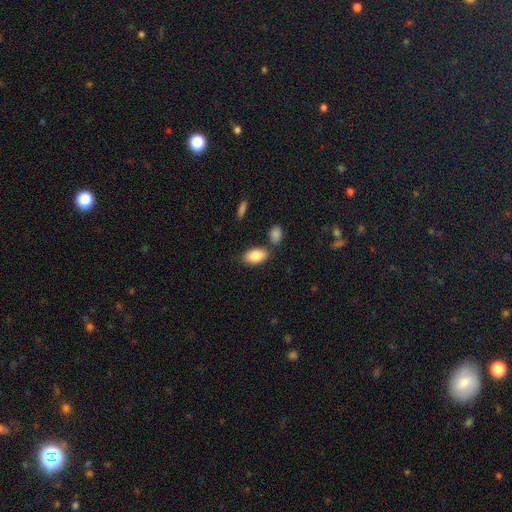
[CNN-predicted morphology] A smooth galaxy with no disk features (85%) that is in between round and cigar-shaped (93%). Merging: none (74%).